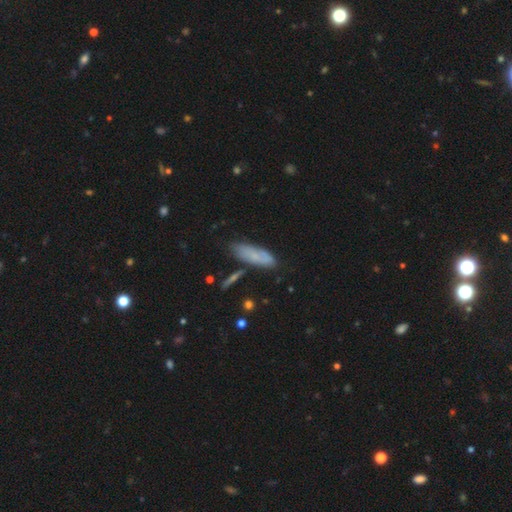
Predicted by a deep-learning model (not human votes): smooth 70%, featured or disk 22%, star or artifact 8%. Down the decision tree: how rounded — in between (53%); merging — none (71%).